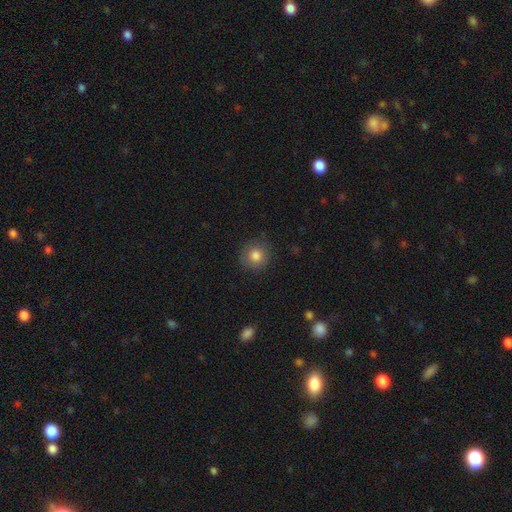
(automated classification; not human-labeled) smooth-or-featured: smooth: 82% | star or artifact: 10% | featured or disk: 8%
  how-rounded: round: 90% | in between: 9% | cigar-shaped: 1%
  merging: none: 84% | minor disturbance: 12% | major disturbance: 3% | merger: 1%